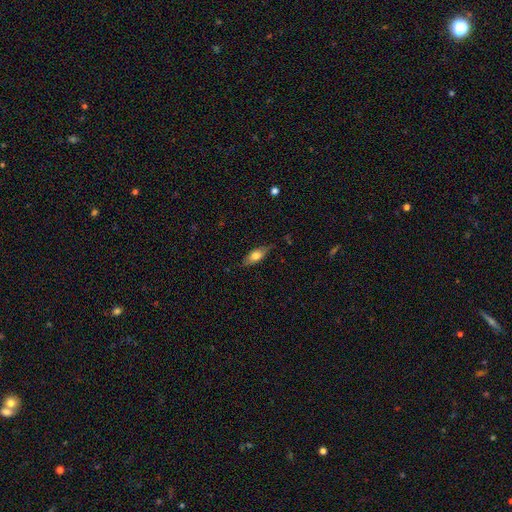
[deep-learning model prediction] Overall: smooth (64%; featured or disk 29%). How rounded: in between (70%). Merging: none (77%).